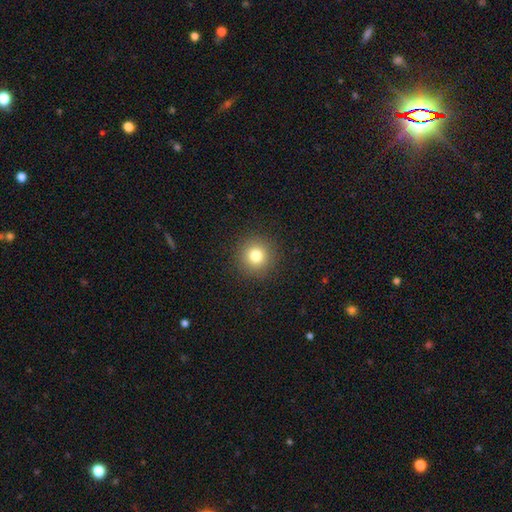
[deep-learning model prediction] A smooth galaxy with no disk features (80%) that is round (95%). Merging: none (91%).